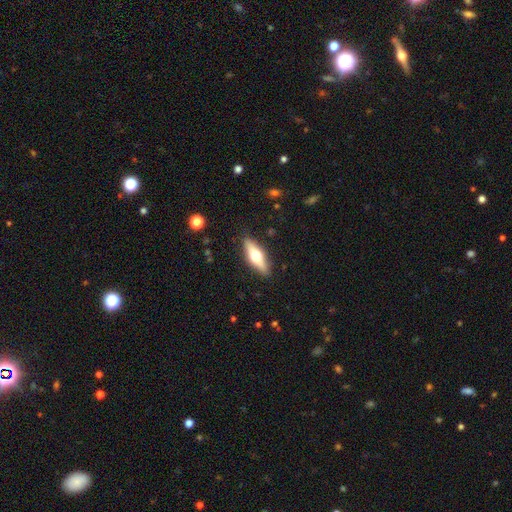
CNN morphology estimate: featured or disk 51%, smooth 43%, star or artifact 6%. Down the decision tree: edge-on disk — yes (91%); merging — none (88%).